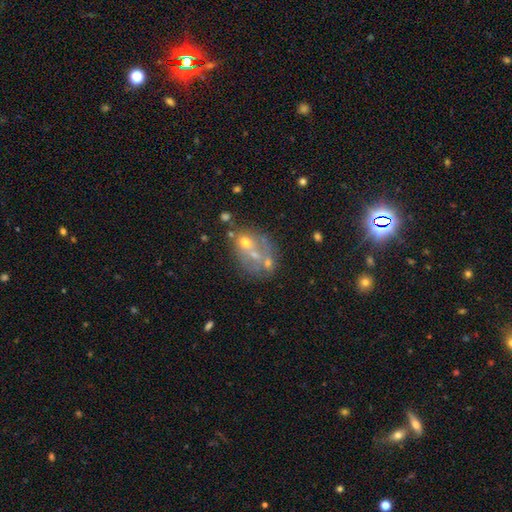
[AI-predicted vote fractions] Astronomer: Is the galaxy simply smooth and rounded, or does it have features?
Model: featured or disk — 45% (runner-up: smooth, 33%).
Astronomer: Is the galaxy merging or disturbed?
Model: merger — 39% (runner-up: none, 34%).